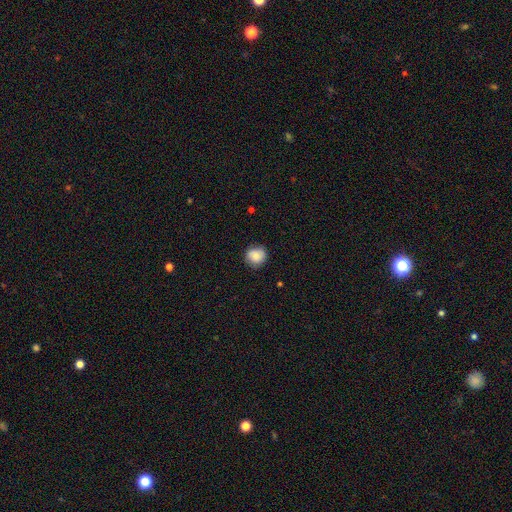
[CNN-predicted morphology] Smooth or featured: smooth — 81% (featured or disk — 10%)
How rounded: round — 87% (in between — 12%)
Merging: none — 81% (minor disturbance — 15%)